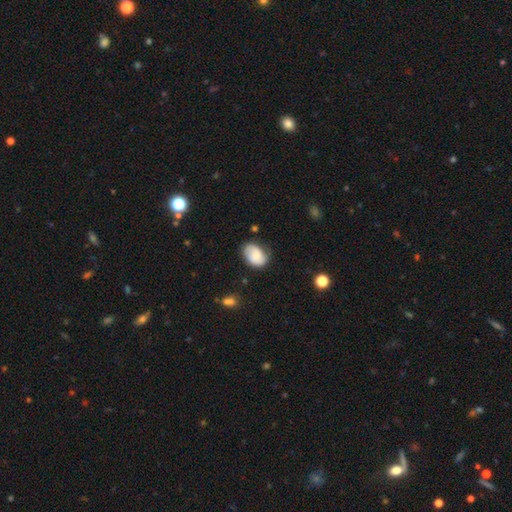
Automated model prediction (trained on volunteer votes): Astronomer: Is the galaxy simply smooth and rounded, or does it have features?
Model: smooth — 64%.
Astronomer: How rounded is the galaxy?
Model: in between — 78%.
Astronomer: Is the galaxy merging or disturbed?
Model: none — 66%.